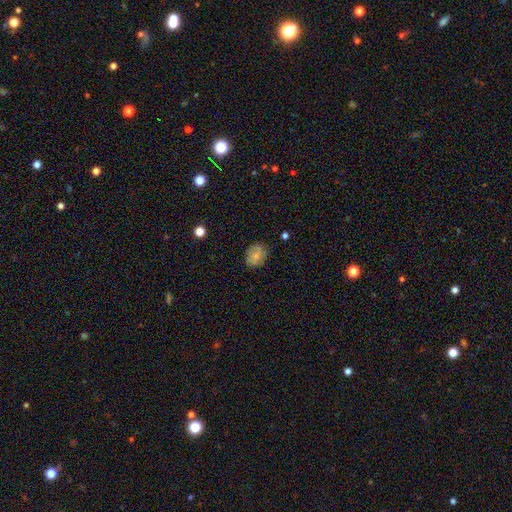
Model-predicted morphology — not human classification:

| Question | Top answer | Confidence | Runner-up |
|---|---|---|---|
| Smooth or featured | smooth | 78% | featured or disk (13%) |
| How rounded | round | 50% | in between (49%) |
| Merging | none | 79% | minor disturbance (15%) |